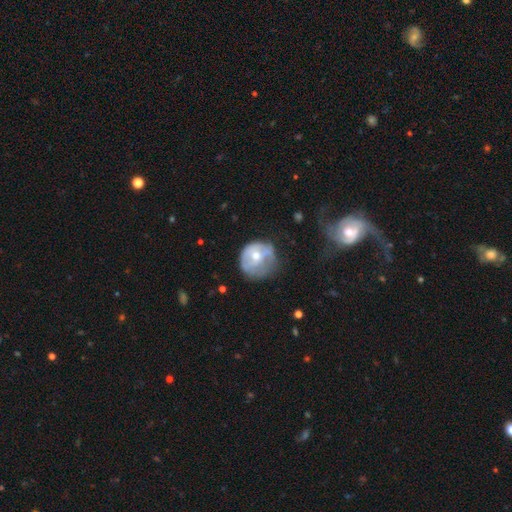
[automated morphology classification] A smooth galaxy with no disk features (47%).

Vote fractions:
- Smooth or featured? smooth: 47% / featured or disk: 45% / star or artifact: 8%
- Merging? none: 41% / minor disturbance: 31% / major disturbance: 25% / merger: 3%